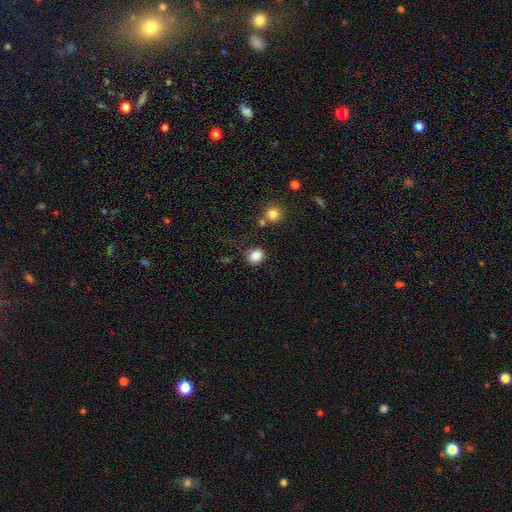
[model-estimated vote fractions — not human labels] The model was most divided on "how rounded": round: 78%, in between: 21%, cigar-shaped: 1%. More confident: smooth or featured — smooth (86%); merging — none (83%).